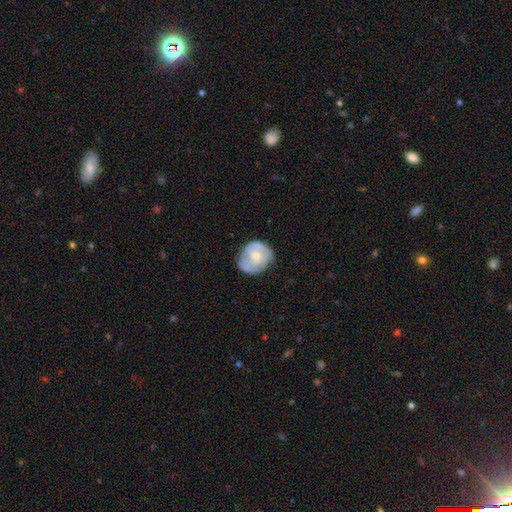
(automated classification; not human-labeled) Smooth or featured? featured or disk (52%)
Edge-on disk? no (97%)
Bar? no (78%)
Spiral arms? yes (59%)
Bulge size? small (50%)
Merging? none (59%)